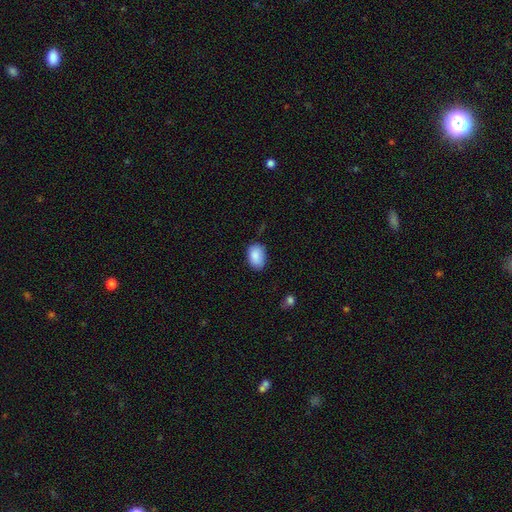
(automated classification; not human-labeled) Smooth or featured? Predicted: smooth (p=0.88). How rounded? Predicted: in between (p=0.84). Merging? Predicted: none (p=0.75).